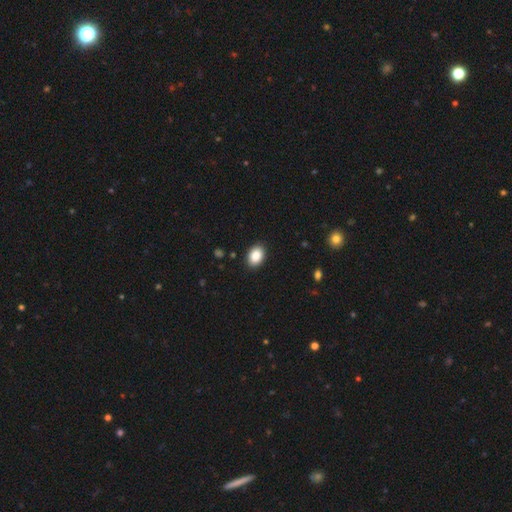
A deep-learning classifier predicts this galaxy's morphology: smooth-or-featured: smooth: 88% | star or artifact: 7% | featured or disk: 4%
  how-rounded: in between: 79% | round: 20% | cigar-shaped: 1%
  merging: none: 90% | minor disturbance: 8% | major disturbance: 2% | merger: 1%